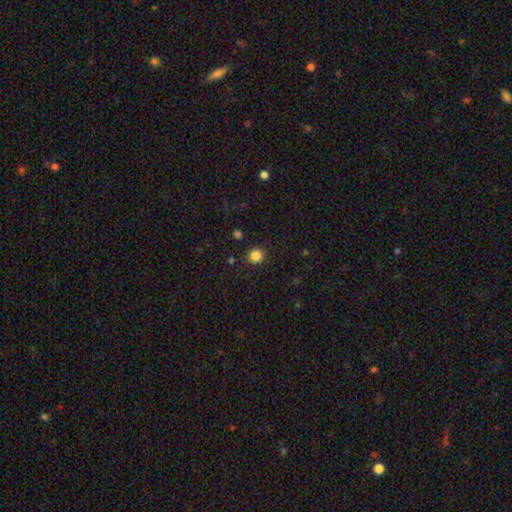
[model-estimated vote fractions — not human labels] A smooth galaxy with no disk features (85%) that is round (87%).

Vote fractions:
- Smooth or featured? smooth: 85% / star or artifact: 12% / featured or disk: 4%
- How rounded? round: 87% / in between: 12% / cigar-shaped: 1%
- Merging? none: 90% / minor disturbance: 6% / major disturbance: 2% / merger: 2%